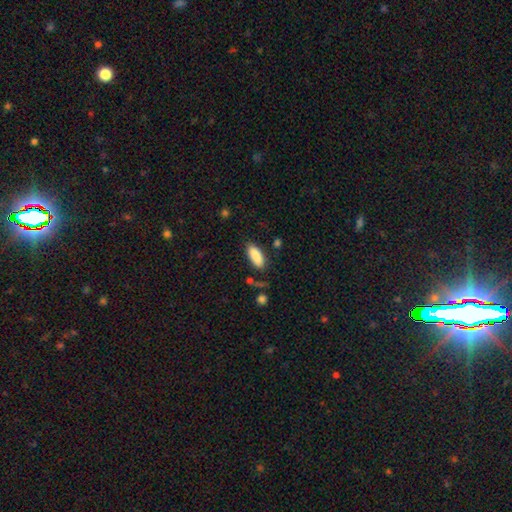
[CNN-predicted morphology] smooth 88%, star or artifact 6%, featured or disk 6%. Down the decision tree: how rounded — in between (79%); merging — none (79%).